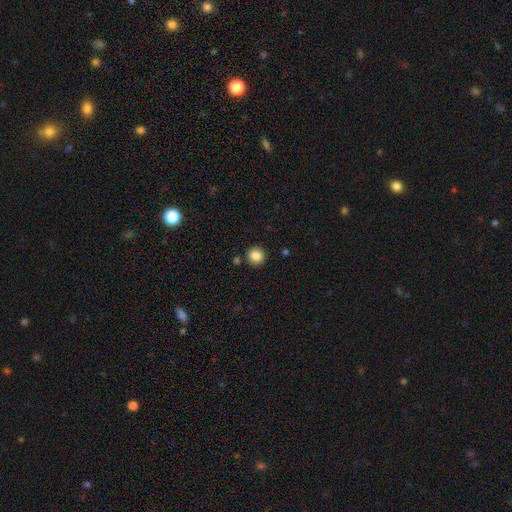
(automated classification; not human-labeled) Smooth or featured? Predicted: smooth (p=0.86). How rounded? Predicted: round (p=0.94). Merging? Predicted: none (p=0.89).